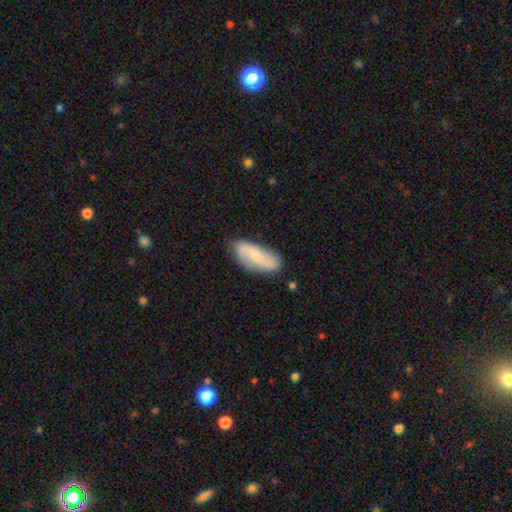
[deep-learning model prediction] featured or disk 53%, smooth 40%, star or artifact 7%. Down the decision tree: edge-on disk — no (92%); merging — none (75%).